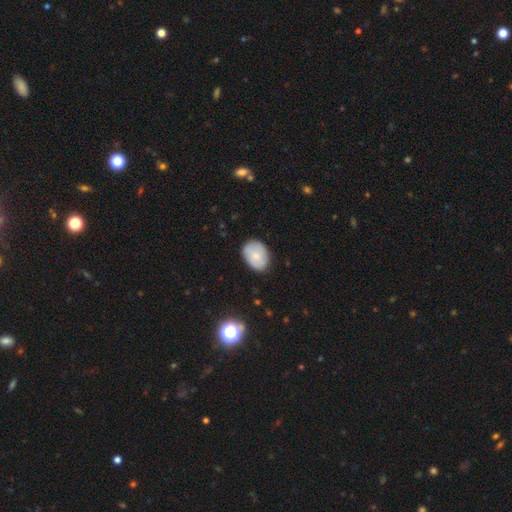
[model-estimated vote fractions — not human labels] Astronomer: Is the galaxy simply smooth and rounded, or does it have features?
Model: smooth — 77%.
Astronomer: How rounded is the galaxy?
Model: in between — 73%.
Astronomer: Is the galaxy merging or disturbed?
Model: none — 80%.